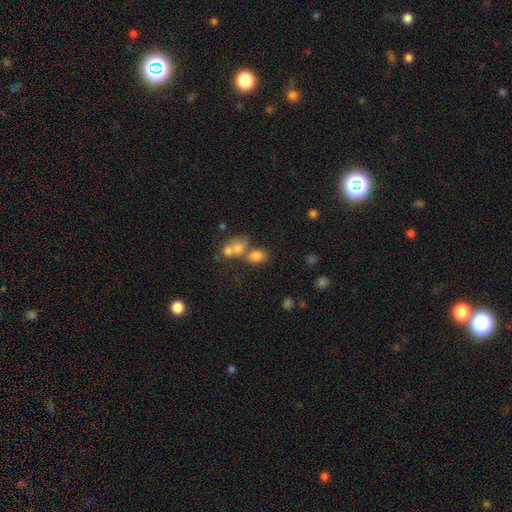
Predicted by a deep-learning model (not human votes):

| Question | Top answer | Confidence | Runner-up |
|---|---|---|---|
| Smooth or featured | smooth | 76% | star or artifact (13%) |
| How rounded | in between | 71% | round (27%) |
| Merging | merger | 44% | none (40%) |